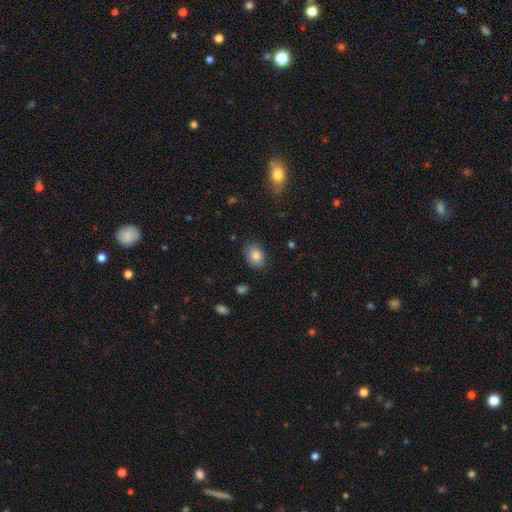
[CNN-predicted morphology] Smooth or featured?
  - smooth: 84% *
  - star or artifact: 8%
  - featured or disk: 8%
How rounded?
  - in between: 78% *
  - round: 21%
  - cigar-shaped: 1%
Merging?
  - none: 80% *
  - minor disturbance: 15%
  - major disturbance: 3%
  - merger: 1%